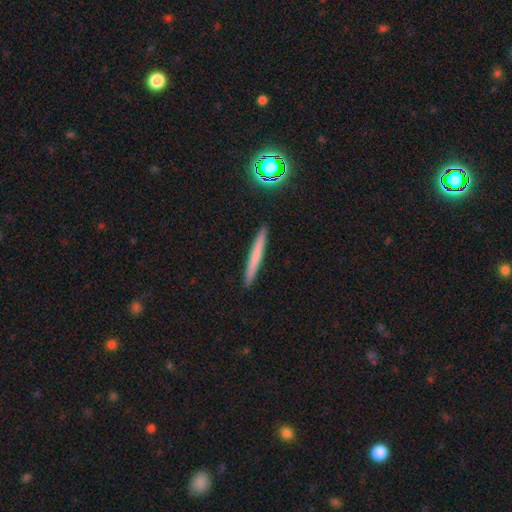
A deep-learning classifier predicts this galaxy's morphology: type=smooth (60%); roundness=cigar-shaped (96%); merging=none (92%).